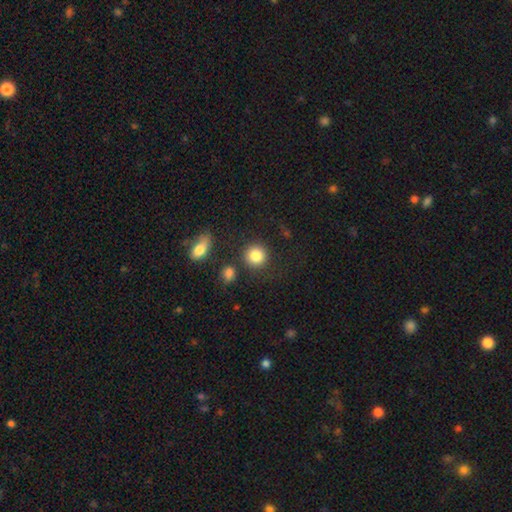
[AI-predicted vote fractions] A smooth galaxy with no disk features (85%) that is round (89%). Merging: none (80%).